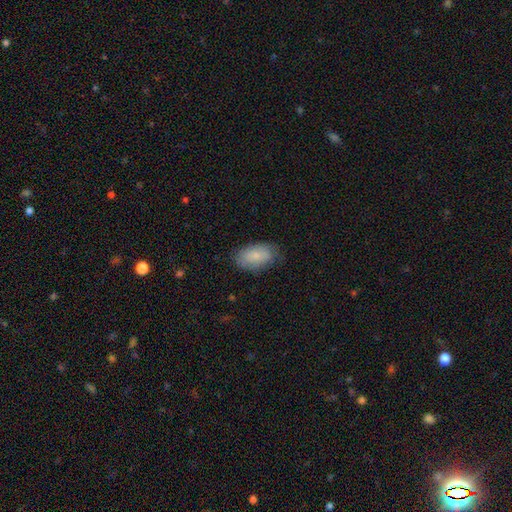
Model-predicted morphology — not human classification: smooth 75%, featured or disk 18%, star or artifact 7%. Down the decision tree: how rounded — in between (92%); merging — none (73%).